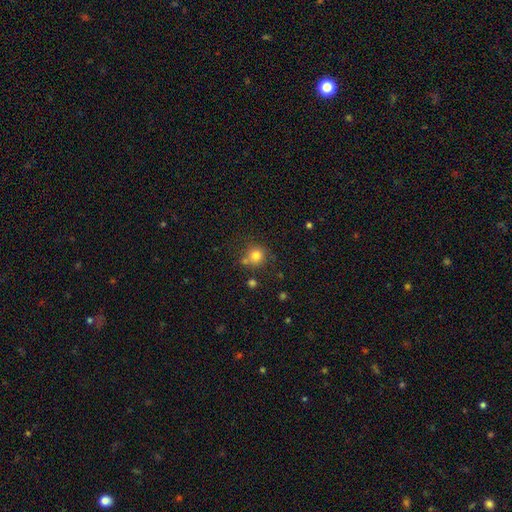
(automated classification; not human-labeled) Smooth or featured?
  - smooth: 79% *
  - star or artifact: 13%
  - featured or disk: 7%
How rounded?
  - round: 90% *
  - in between: 9%
  - cigar-shaped: 1%
Merging?
  - none: 72% *
  - merger: 13%
  - minor disturbance: 12%
  - major disturbance: 4%